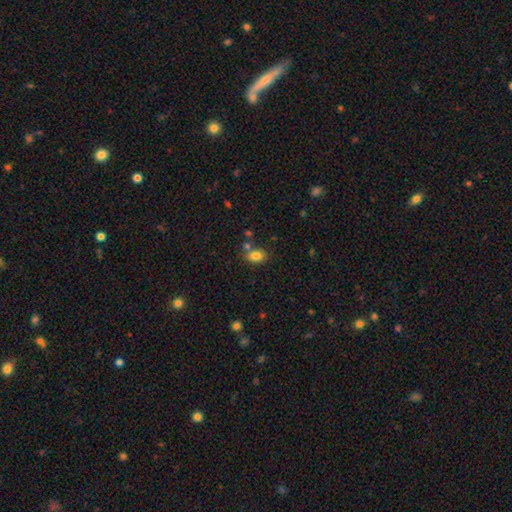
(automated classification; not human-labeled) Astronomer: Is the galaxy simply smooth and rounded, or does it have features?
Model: smooth — 82%.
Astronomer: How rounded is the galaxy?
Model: in between — 81%.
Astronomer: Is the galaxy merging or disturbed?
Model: none — 66%.